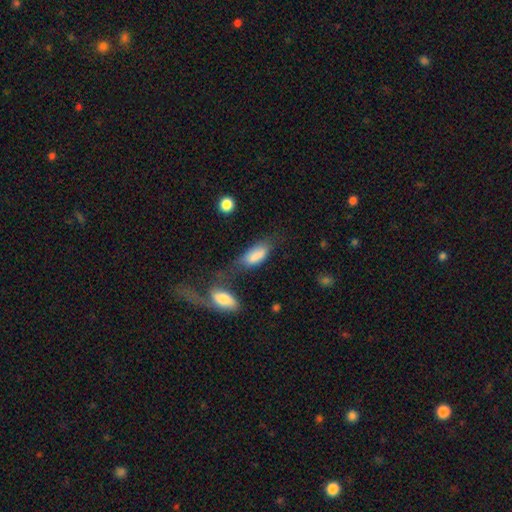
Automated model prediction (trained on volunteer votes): Overall: smooth (82%). How rounded: in between (83%). Merging: none (34%; merger 24%).